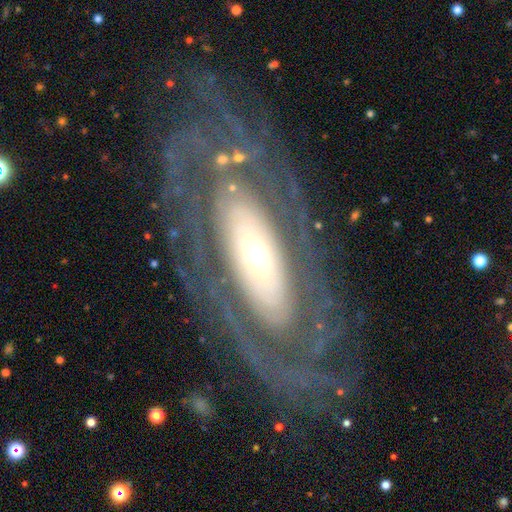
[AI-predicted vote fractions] This appears to be a featured or disk galaxy (84%) with no bar (66%), tight (68%) spiral arms (83%) and a small central bulge (45%). Merging: none (72%).